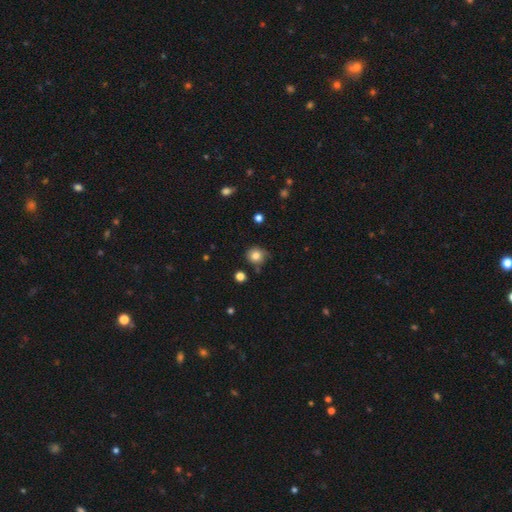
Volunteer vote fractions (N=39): Smooth or featured?
  - smooth: 87% *
  - star or artifact: 8%
  - featured or disk: 5%
How rounded?
  - round: 79% *
  - in between: 21%
  - cigar-shaped: 0%
Merging?
  - none: 72% *
  - minor disturbance: 17%
  - major disturbance: 8%
  - merger: 3%